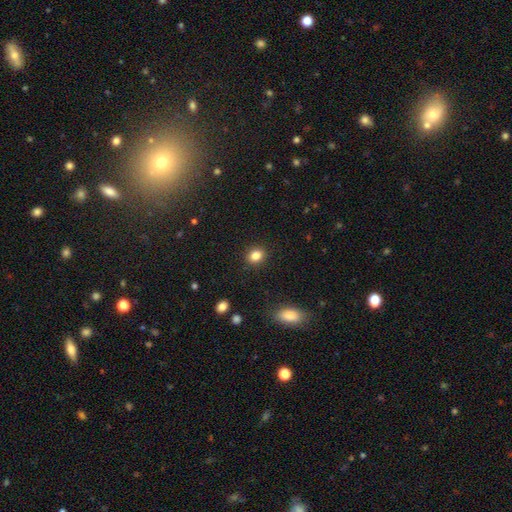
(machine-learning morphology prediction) smooth-or-featured: smooth: 84% | star or artifact: 10% | featured or disk: 5%
  how-rounded: round: 61% | in between: 38% | cigar-shaped: 1%
  merging: none: 90% | minor disturbance: 6% | major disturbance: 2% | merger: 1%